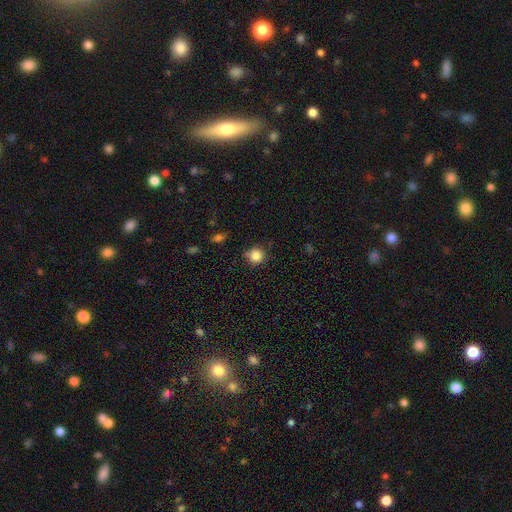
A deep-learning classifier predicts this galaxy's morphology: smooth 85%, star or artifact 11%, featured or disk 4%. Down the decision tree: how rounded — round (92%); merging — none (79%).